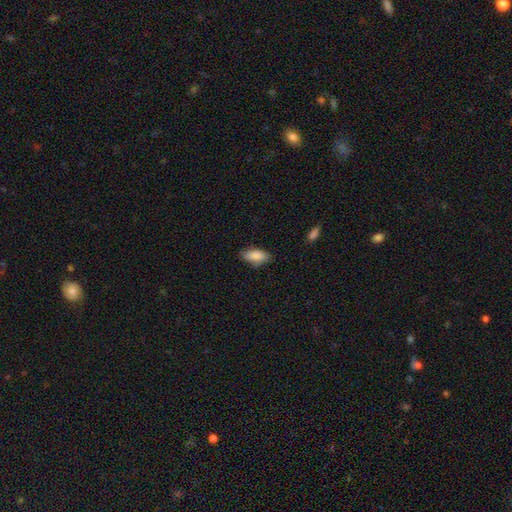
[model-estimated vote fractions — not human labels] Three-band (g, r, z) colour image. It shows a smooth galaxy with no disk features (87%) that is in between round and cigar-shaped (87%). Merging: none (79%).